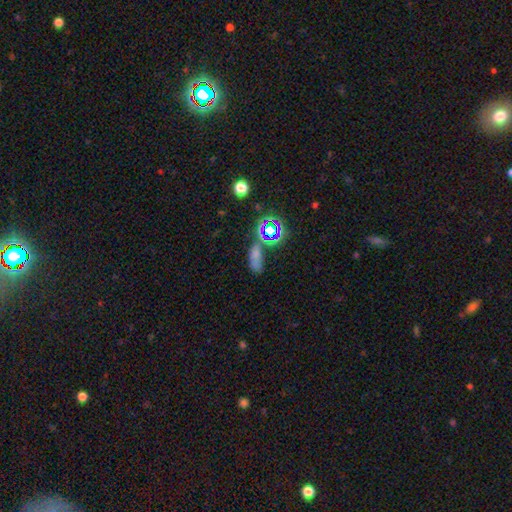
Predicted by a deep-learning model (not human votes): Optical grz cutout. It shows a smooth galaxy with no disk features (55%) that is in between round and cigar-shaped (73%). Merging: none (44%).